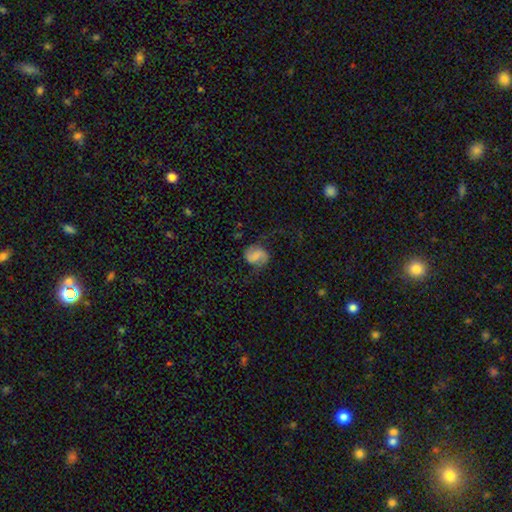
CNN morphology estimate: This is possibly a featured or disk galaxy (55%). It is clearly not viewed edge-on (98%). Bar: marginally weak (43%). Spiral arm pattern: clearly yes (91%). Central bulge: possibly none (54%). Merging: likely none (64%).